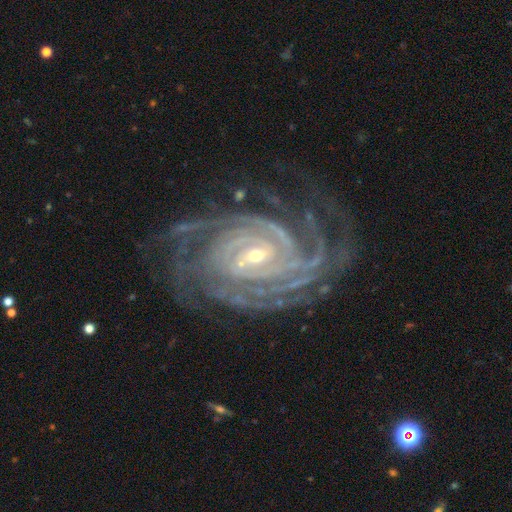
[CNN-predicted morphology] Smooth or featured? Predicted: featured or disk (p=0.93). Edge-on disk? Predicted: no (p=0.97). Bar? Predicted: weak (p=0.41). Spiral arms? Predicted: yes (p=0.99). Spiral winding? Predicted: tight (p=0.81). Spiral arm count? Predicted: 4 (p=0.27). Bulge size? Predicted: small (p=0.66). Merging? Predicted: none (p=0.75).